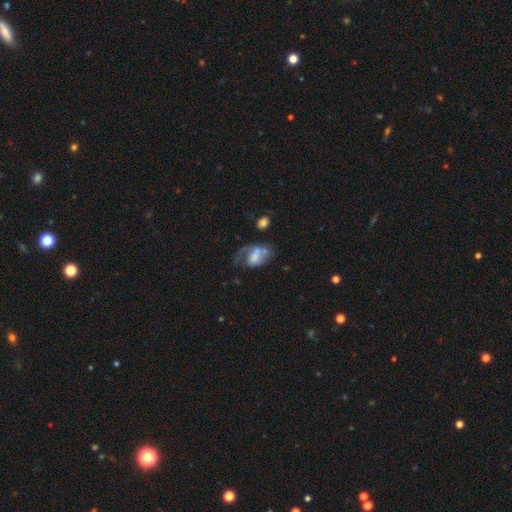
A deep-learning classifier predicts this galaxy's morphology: The model was most divided on "bulge size": none: 29%, moderate: 27%, small: 23%, large: 18%, dominant: 3%. Remaining: edge-on disk — no (96%); spiral arms — yes (63%); smooth or featured — featured or disk (54%); bar — no (48%); merging — major disturbance (37%).